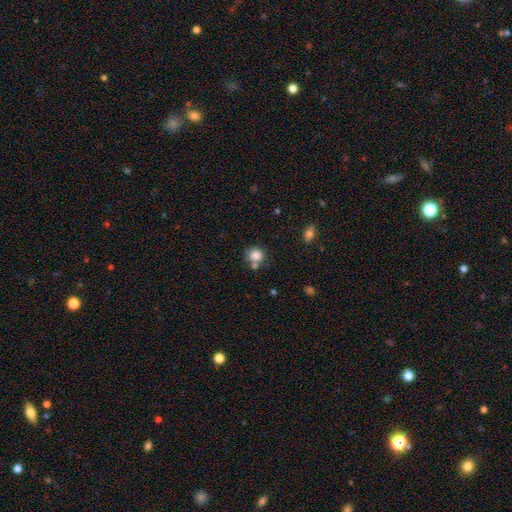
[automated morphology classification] Smooth or featured? smooth (83%)
How rounded? round (84%)
Merging? none (58%)